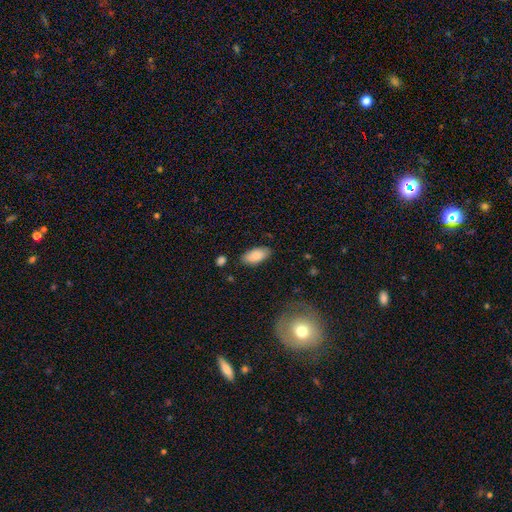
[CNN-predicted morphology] Smooth or featured: smooth — 85% (featured or disk — 9%)
How rounded: in between — 91% (cigar-shaped — 7%)
Merging: none — 79% (minor disturbance — 14%)